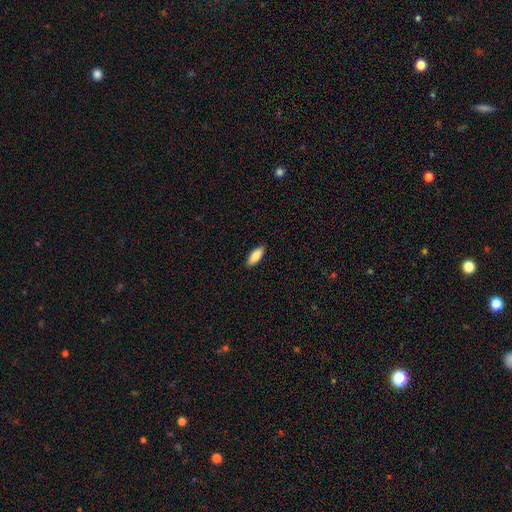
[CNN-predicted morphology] Smooth or featured: smooth — 84% (featured or disk — 10%)
How rounded: in between — 74% (cigar-shaped — 25%)
Merging: none — 89% (minor disturbance — 8%)